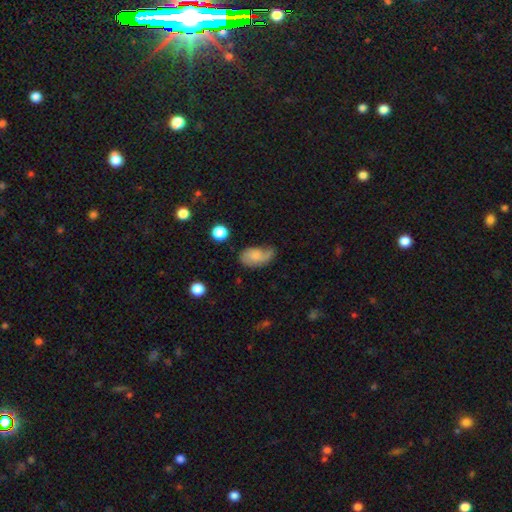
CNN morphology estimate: Smooth or featured? Predicted: smooth (p=0.64). How rounded? Predicted: in between (p=0.91). Merging? Predicted: none (p=0.41).